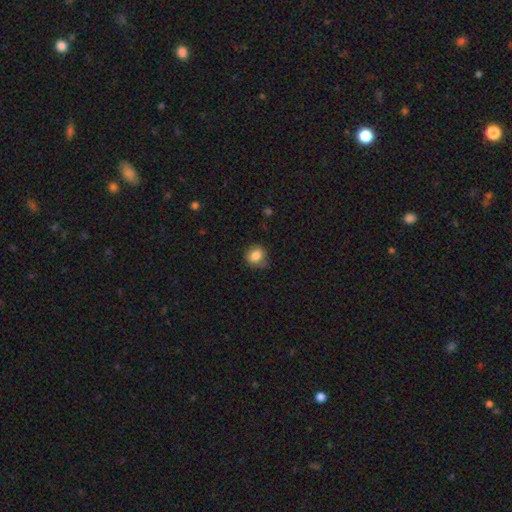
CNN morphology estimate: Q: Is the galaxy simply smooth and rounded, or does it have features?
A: smooth — 83%.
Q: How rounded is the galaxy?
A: round — 72%.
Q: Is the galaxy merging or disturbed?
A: none — 73%.